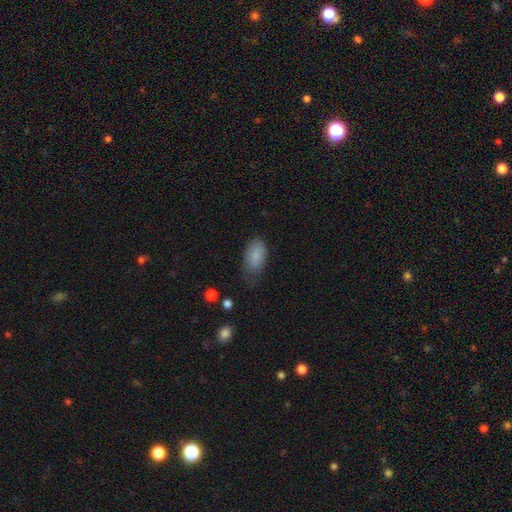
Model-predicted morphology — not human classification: smooth 85%, featured or disk 7%, star or artifact 7%. Down the decision tree: how rounded — in between (93%); merging — none (52%).